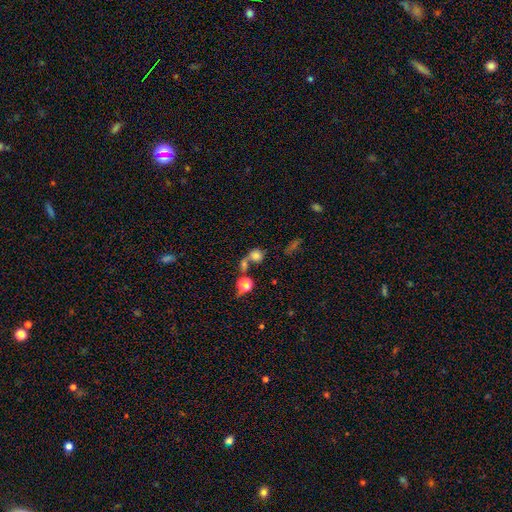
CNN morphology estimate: A smooth galaxy with no disk features (67%) that is round (78%). Merging: merger (48%).